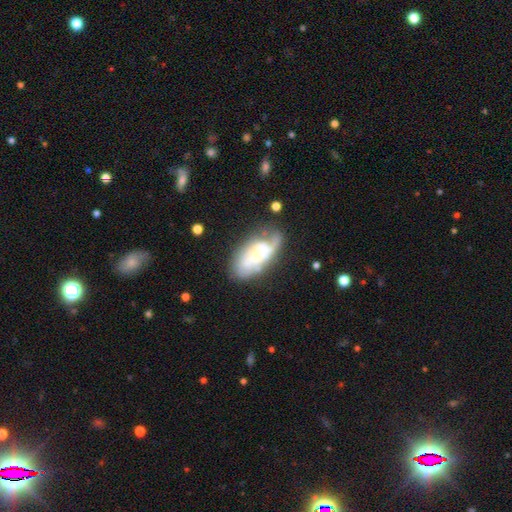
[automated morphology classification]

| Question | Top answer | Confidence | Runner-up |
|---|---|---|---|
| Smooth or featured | featured or disk | 61% | smooth (31%) |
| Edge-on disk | no | 93% | yes (7%) |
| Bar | no | 68% | weak (25%) |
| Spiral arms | yes | 73% | no (27%) |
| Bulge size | small | 49% | moderate (20%) |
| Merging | none | 45% | minor disturbance (27%) |